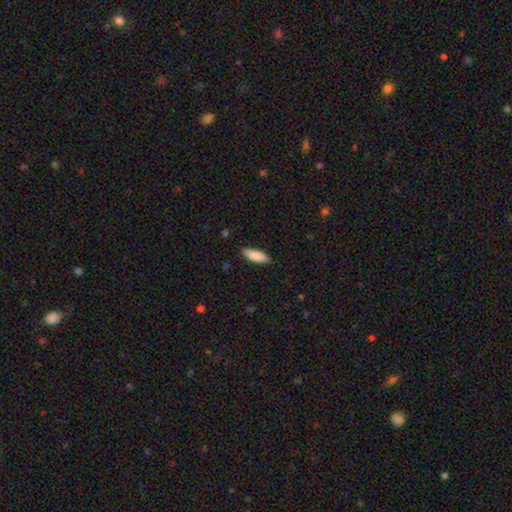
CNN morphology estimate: This is clearly a smooth galaxy (88%). How rounded: likely in between (61%). Merging: clearly none (87%).